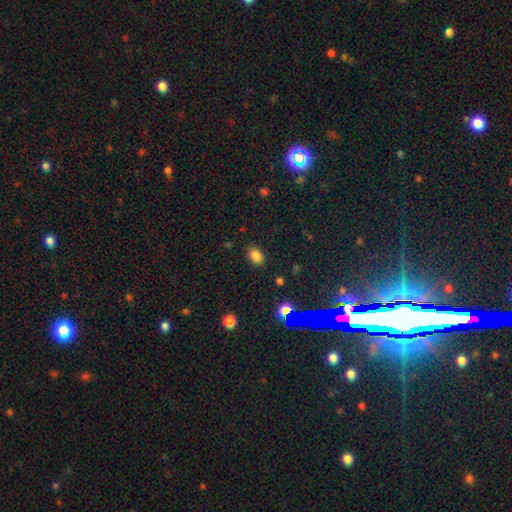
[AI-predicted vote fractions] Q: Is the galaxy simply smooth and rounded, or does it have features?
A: smooth — 82%.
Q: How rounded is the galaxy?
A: in between — 81%.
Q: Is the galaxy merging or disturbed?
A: none — 86%.